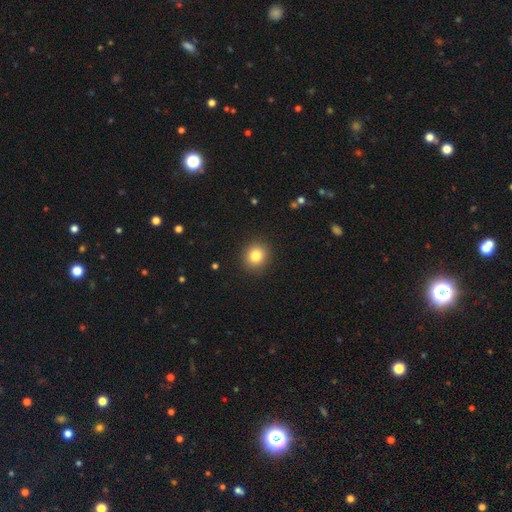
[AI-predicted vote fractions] Overall: smooth (82%). How rounded: round (85%). Merging: none (91%).